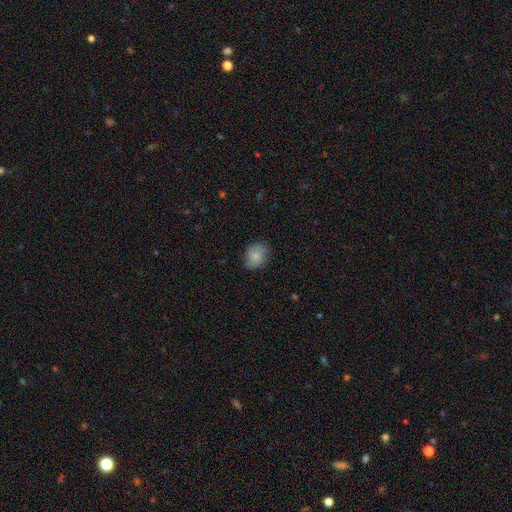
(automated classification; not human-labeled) smooth 78%, featured or disk 14%, star or artifact 8%. Down the decision tree: how rounded — round (50%); merging — none (74%).